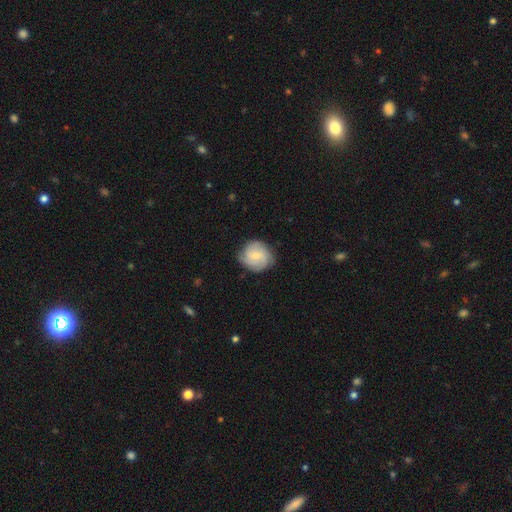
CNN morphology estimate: Smooth or featured?
  - featured or disk: 51% *
  - smooth: 42%
  - star or artifact: 7%
Edge-on disk?
  - no: 97% *
  - yes: 3%
Merging?
  - none: 76% *
  - minor disturbance: 19%
  - major disturbance: 4%
  - merger: 1%